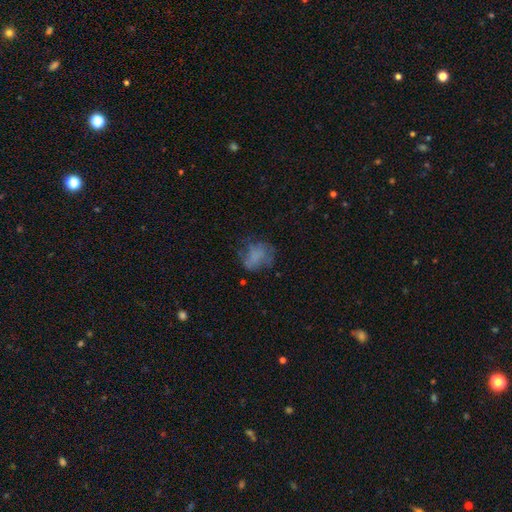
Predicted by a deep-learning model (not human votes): The model was most divided on "how rounded": in between: 56%, round: 43%, cigar-shaped: 1%. Remaining: smooth or featured — smooth (59%); merging — none (47%).